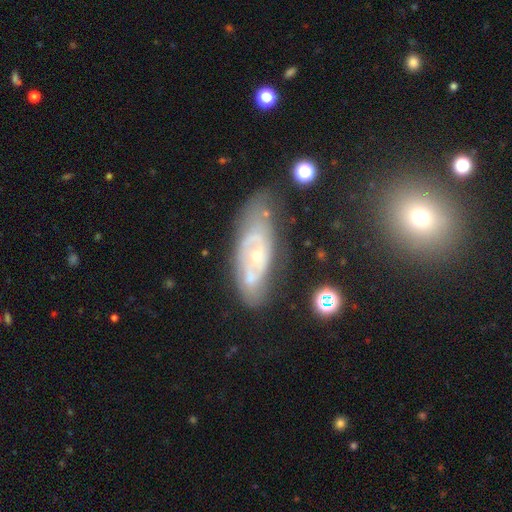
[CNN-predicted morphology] A featured or disk galaxy (73%) with no bar (76%), spiral arms (67%) and a small central bulge (62%). Merging: none (54%).